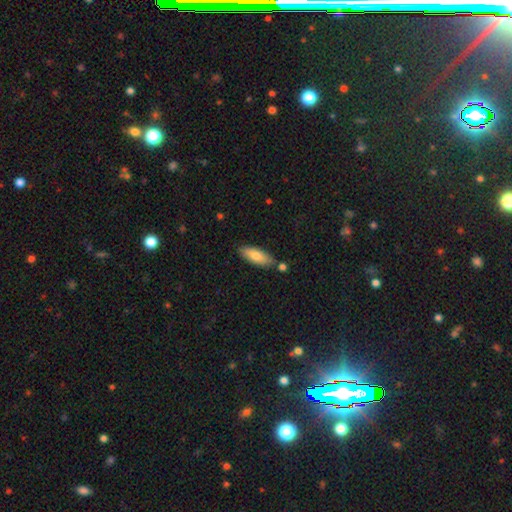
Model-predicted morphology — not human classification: smooth_or_featured: smooth (p=0.79) [alt: featured or disk p=0.15]
how_rounded: in between (p=0.70) [alt: cigar-shaped p=0.28]
merging: none (p=0.78) [alt: minor disturbance p=0.13]